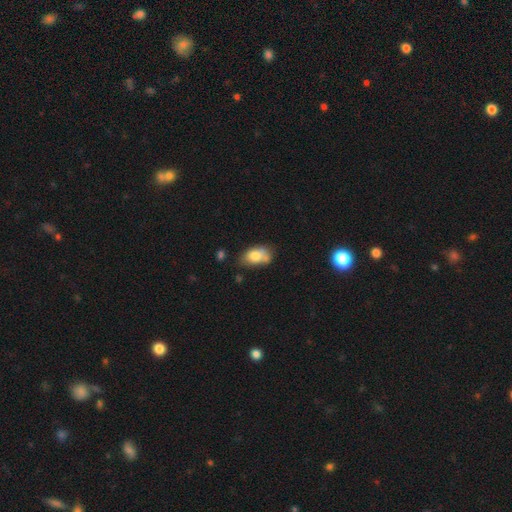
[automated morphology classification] smooth 75%, featured or disk 17%, star or artifact 8%. Down the decision tree: how rounded — in between (87%); merging — none (39%).